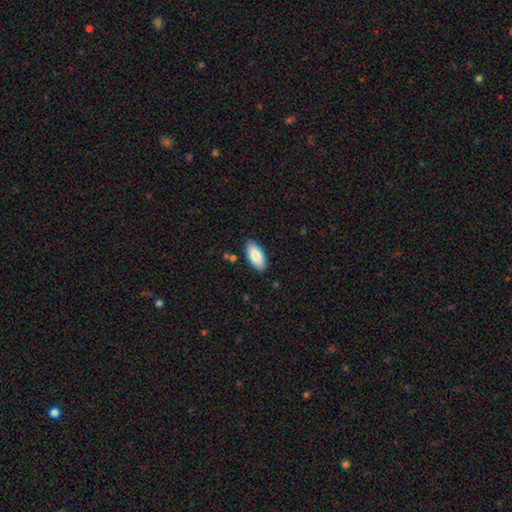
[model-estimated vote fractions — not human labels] Smooth or featured? Predicted: smooth (p=0.86). How rounded? Predicted: in between (p=0.91). Merging? Predicted: none (p=0.87).